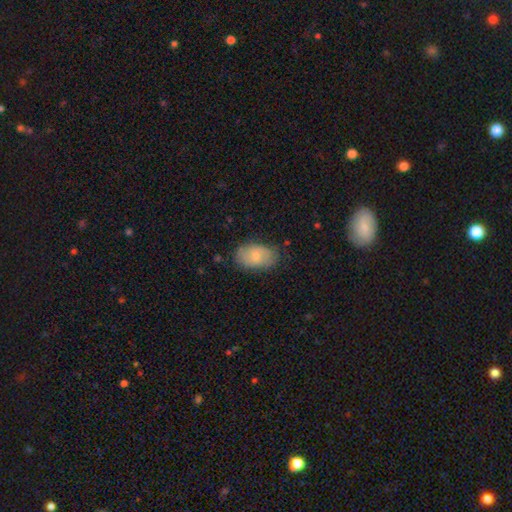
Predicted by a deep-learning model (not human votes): A smooth galaxy with no disk features (70%) that is in between round and cigar-shaped (90%).

Vote fractions:
- Smooth or featured? smooth: 70% / featured or disk: 23% / star or artifact: 7%
- How rounded? in between: 90% / round: 9% / cigar-shaped: 1%
- Merging? none: 76% / minor disturbance: 18% / major disturbance: 4% / merger: 1%